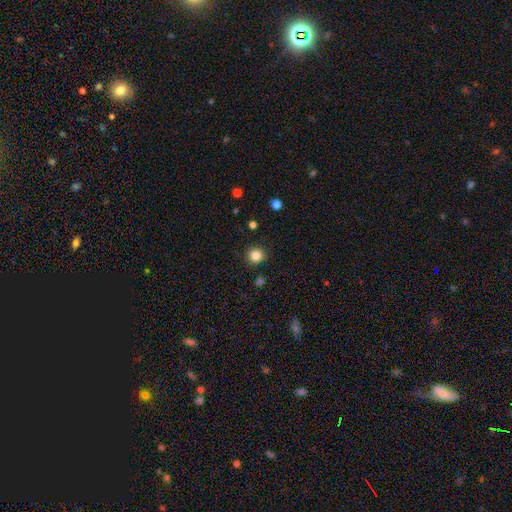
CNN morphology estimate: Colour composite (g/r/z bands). It shows a smooth galaxy with no disk features (84%) that is round (93%). Merging: none (91%).